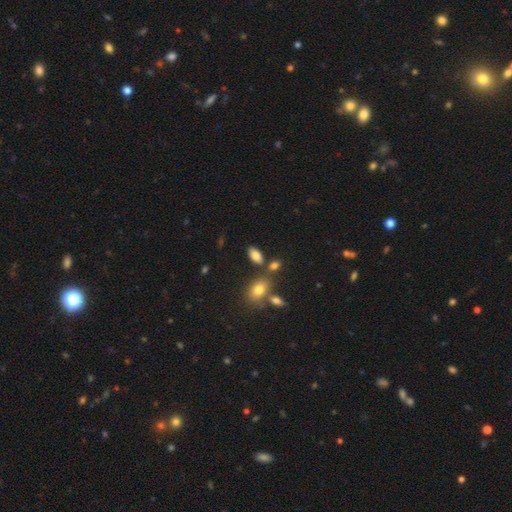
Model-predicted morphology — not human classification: This appears to be a smooth galaxy with no disk features (80%) that is in between round and cigar-shaped (91%). Merging: none (72%).